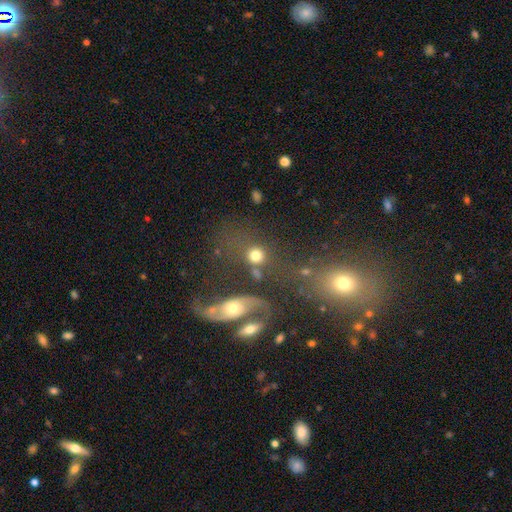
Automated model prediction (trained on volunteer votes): Overall: smooth (71%). How rounded: round (77%). Merging: none (50%; merger 25%).